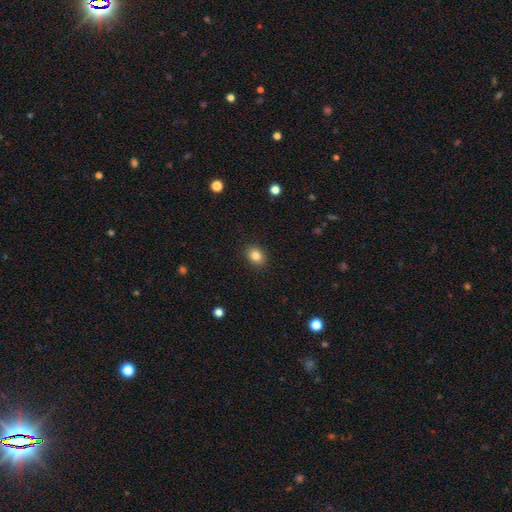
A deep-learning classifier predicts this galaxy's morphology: smooth 84%, star or artifact 10%, featured or disk 5%. Down the decision tree: how rounded — round (56%); merging — none (90%).